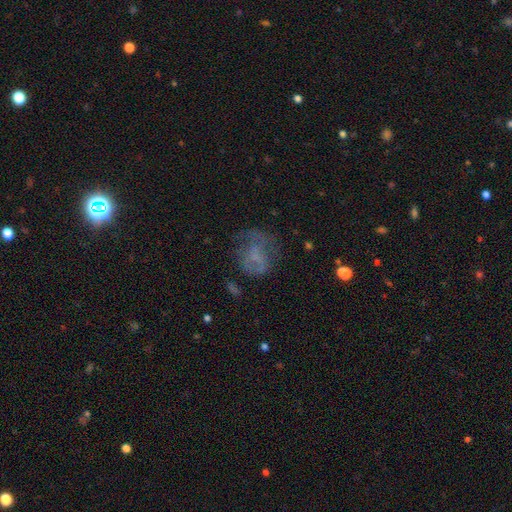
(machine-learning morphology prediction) Smooth or featured: featured or disk — 43% (smooth — 39%)
Merging: none — 45% (major disturbance — 31%)